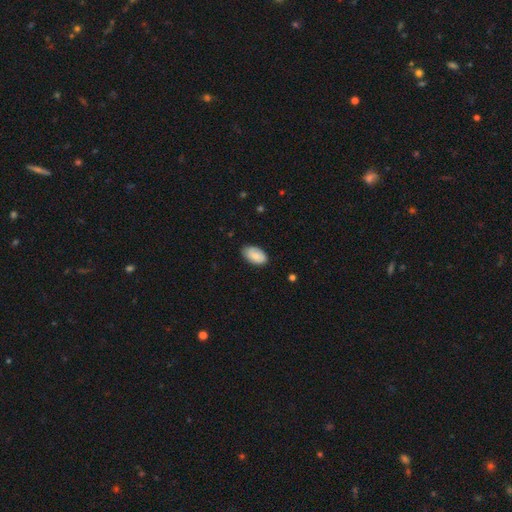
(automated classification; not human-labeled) A smooth galaxy with no disk features (84%) that is in between round and cigar-shaped (95%).

Vote fractions:
- Smooth or featured? smooth: 84% / featured or disk: 10% / star or artifact: 6%
- How rounded? in between: 95% / round: 4% / cigar-shaped: 1%
- Merging? none: 81% / minor disturbance: 16% / major disturbance: 3% / merger: 1%